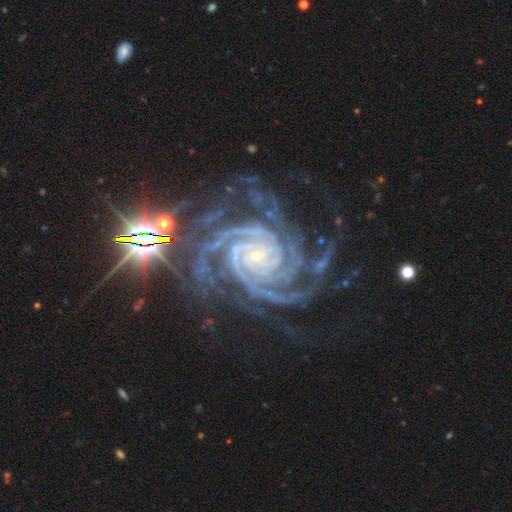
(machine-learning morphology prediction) featured or disk 92%, star or artifact 6%, smooth 2%. Down the decision tree: edge-on disk — no (98%); bar — no (65%); spiral arms — yes (99%); spiral arm count — 4 (32%); spiral winding — tight (79%); bulge size — small (85%); merging — none (65%).